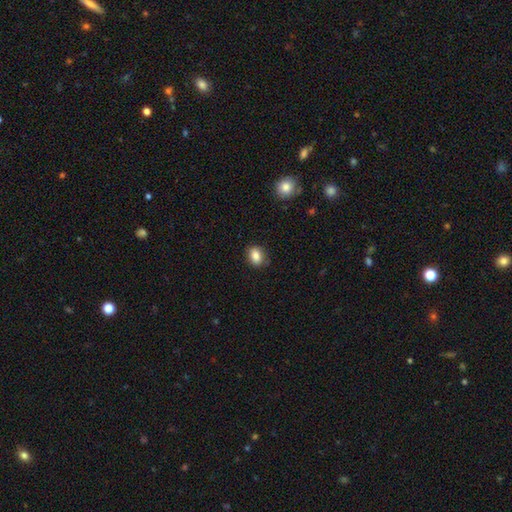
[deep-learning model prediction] Smooth or featured: smooth — 84% (star or artifact — 9%)
How rounded: in between — 68% (round — 30%)
Merging: none — 84% (minor disturbance — 12%)